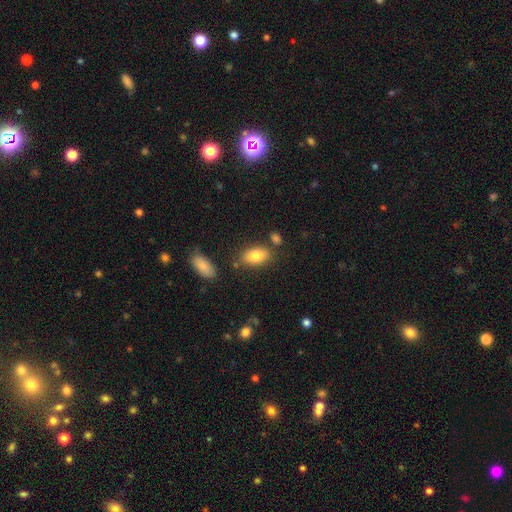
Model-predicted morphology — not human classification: smooth-or-featured: smooth: 82% | featured or disk: 10% | star or artifact: 7%
  how-rounded: in between: 92% | round: 5% | cigar-shaped: 3%
  merging: none: 75% | minor disturbance: 13% | merger: 8% | major disturbance: 4%